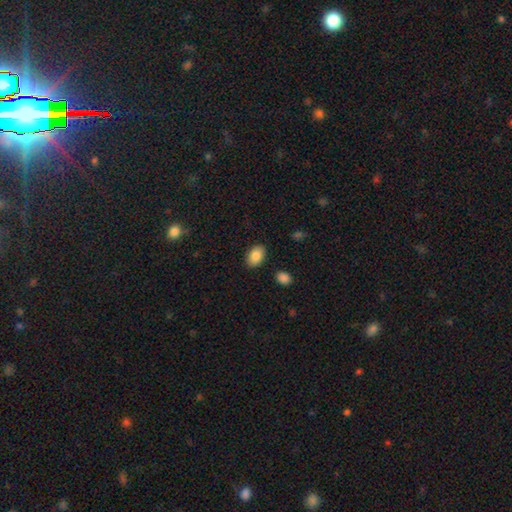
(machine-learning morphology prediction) Q: Smooth or featured?
A: smooth (86%); runner-up: star or artifact (7%)
Q: How rounded?
A: in between (87%); runner-up: round (12%)
Q: Merging?
A: none (87%); runner-up: minor disturbance (9%)